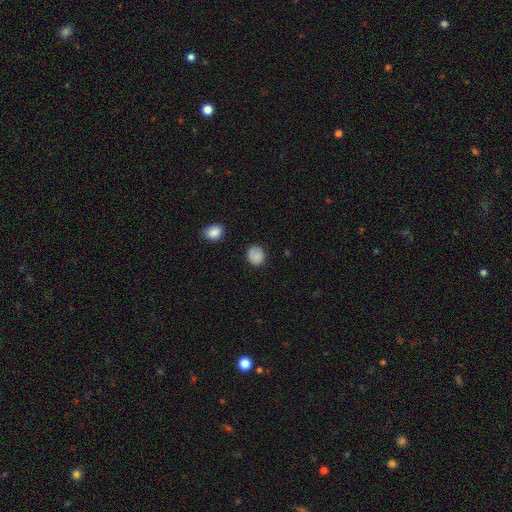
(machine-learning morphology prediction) The model was most divided on "how rounded": round: 81%, in between: 18%, cigar-shaped: 1%. More confident: smooth or featured — smooth (84%); merging — none (79%).